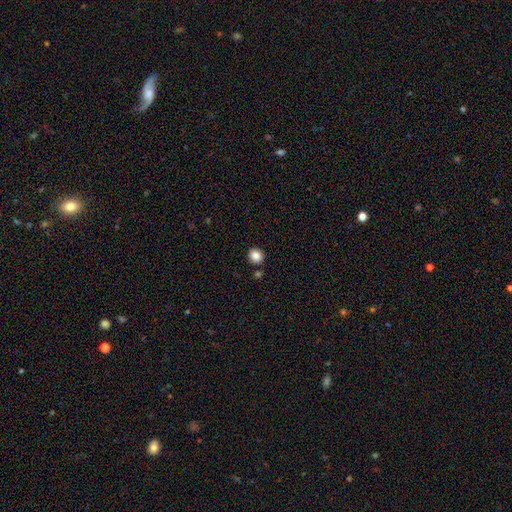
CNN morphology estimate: Overall: smooth (86%). How rounded: round (77%). Merging: none (86%).